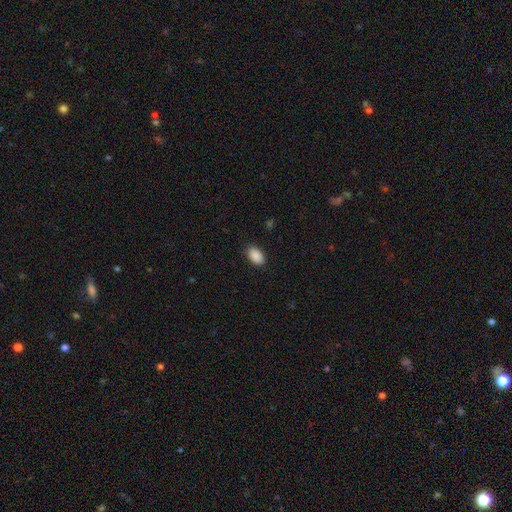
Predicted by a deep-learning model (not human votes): Smooth or featured?
  - smooth: 90% *
  - star or artifact: 7%
  - featured or disk: 3%
How rounded?
  - in between: 90% *
  - round: 8%
  - cigar-shaped: 1%
Merging?
  - none: 87% *
  - minor disturbance: 10%
  - major disturbance: 2%
  - merger: 1%